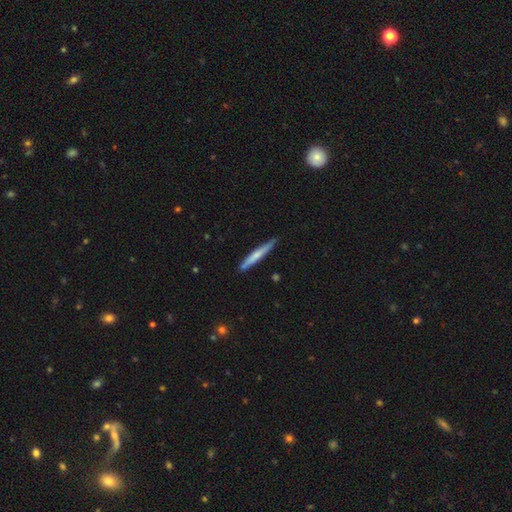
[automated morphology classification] Smooth or featured: smooth — 59% (featured or disk — 36%)
How rounded: cigar-shaped — 96% (in between — 3%)
Merging: none — 83% (minor disturbance — 13%)